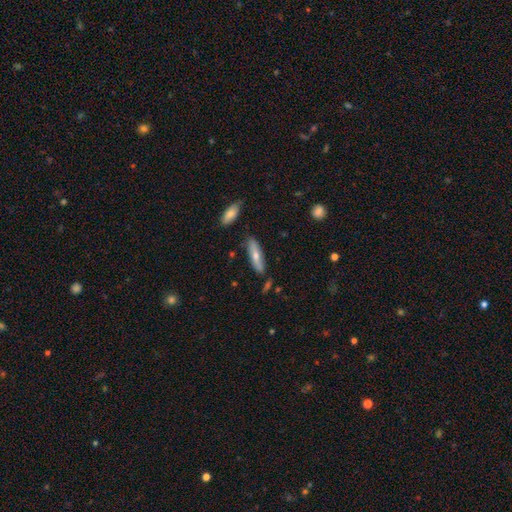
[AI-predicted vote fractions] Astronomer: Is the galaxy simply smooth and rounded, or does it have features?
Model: smooth — 60%.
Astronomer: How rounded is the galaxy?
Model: cigar-shaped — 64%.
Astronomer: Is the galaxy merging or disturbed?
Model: none — 80%.